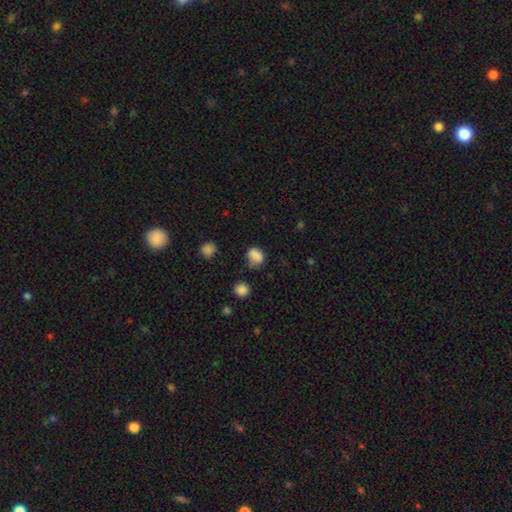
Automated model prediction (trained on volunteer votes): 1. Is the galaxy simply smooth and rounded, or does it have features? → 81% smooth, 13% star or artifact, 6% featured or disk.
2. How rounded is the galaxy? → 56% in between, 43% round, 1% cigar-shaped.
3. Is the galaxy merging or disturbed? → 56% none, 29% minor disturbance, 10% major disturbance, 5% merger.